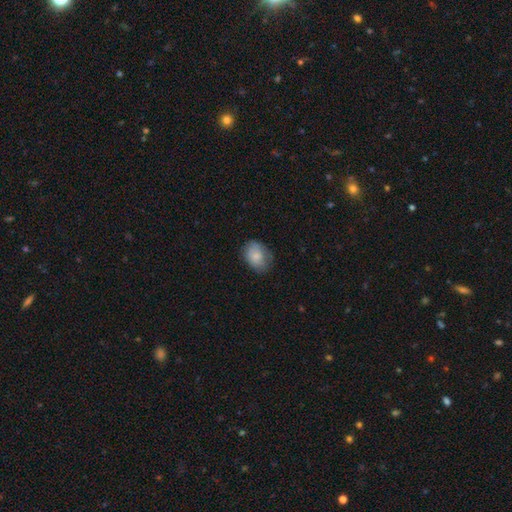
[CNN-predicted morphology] Overall: smooth (80%). How rounded: in between (73%). Merging: none (69%).